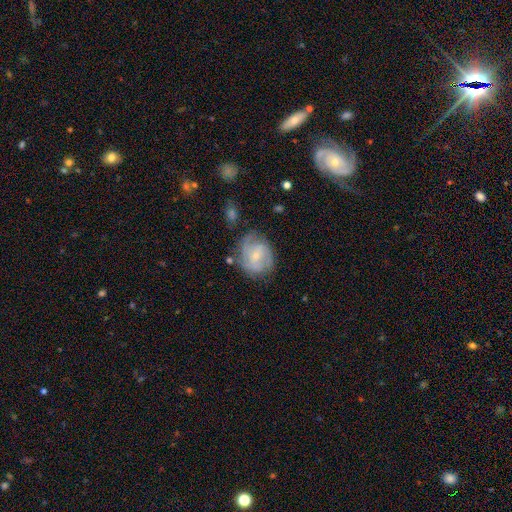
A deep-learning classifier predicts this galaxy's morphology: This is likely a featured or disk galaxy (71%). It is clearly not viewed edge-on (98%). Bar: possibly no (52%). Spiral arm pattern: clearly yes (89%). Spiral arm count: marginally 2 (39%). Spiral winding: marginally tight (44%). Central bulge: likely small (70%). Merging: likely none (64%).